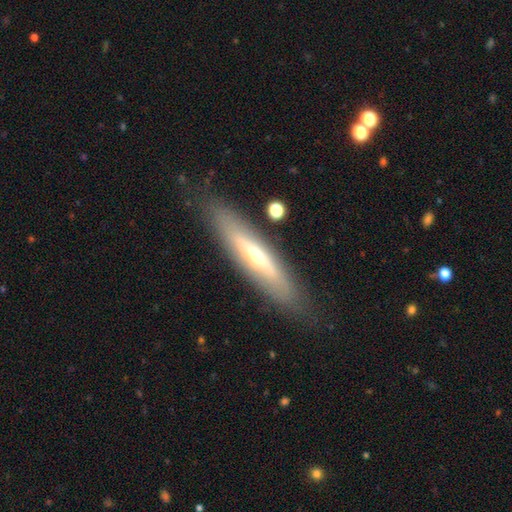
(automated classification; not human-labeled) Smooth or featured? Predicted: featured or disk (p=0.56). Edge-on disk? Predicted: yes (p=0.70). Merging? Predicted: none (p=0.83).